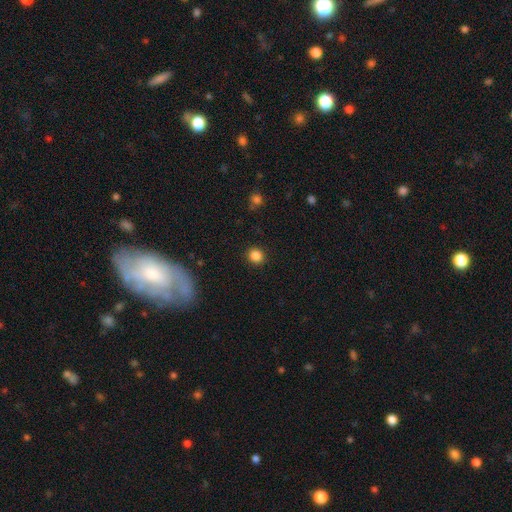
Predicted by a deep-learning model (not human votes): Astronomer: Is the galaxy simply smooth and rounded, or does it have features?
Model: smooth — 85%.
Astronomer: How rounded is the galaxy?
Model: round — 83%.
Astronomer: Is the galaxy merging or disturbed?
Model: none — 91%.